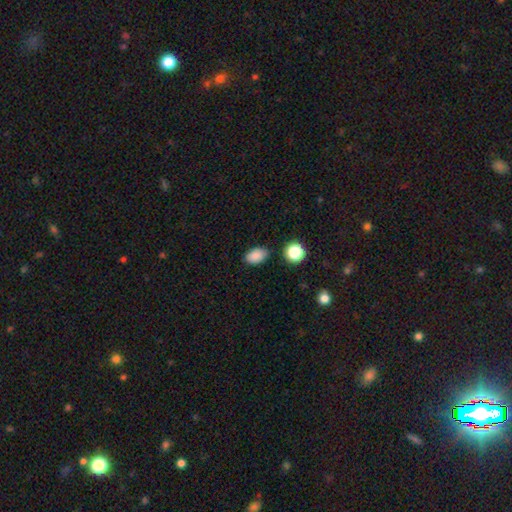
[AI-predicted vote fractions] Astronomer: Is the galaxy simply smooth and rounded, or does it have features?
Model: smooth — 86%.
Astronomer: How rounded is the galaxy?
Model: in between — 86%.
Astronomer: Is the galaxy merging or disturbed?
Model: none — 83%.